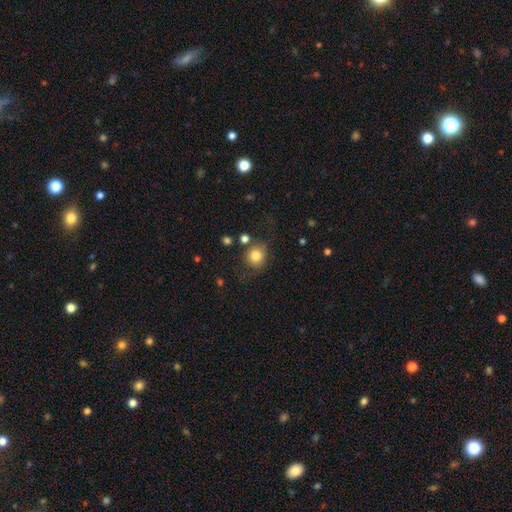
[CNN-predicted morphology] A smooth galaxy with no disk features (81%) that is round (86%).

Vote fractions:
- Smooth or featured? smooth: 81% / star or artifact: 11% / featured or disk: 8%
- How rounded? round: 86% / in between: 13% / cigar-shaped: 1%
- Merging? none: 74% / minor disturbance: 14% / major disturbance: 6% / merger: 6%